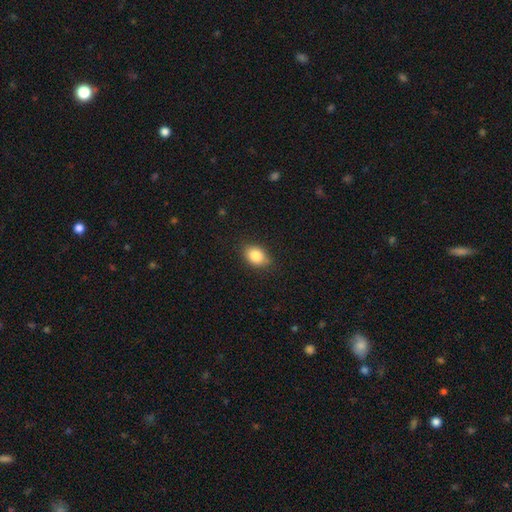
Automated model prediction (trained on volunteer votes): Smooth or featured? smooth (85%)
How rounded? in between (74%)
Merging? none (81%)